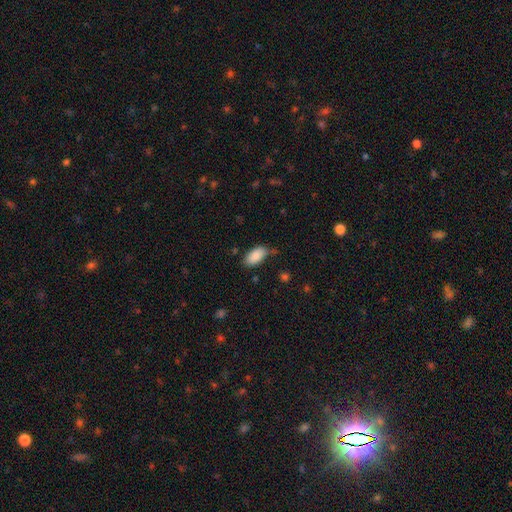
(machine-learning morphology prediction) Smooth or featured?
  - smooth: 87% *
  - star or artifact: 7%
  - featured or disk: 6%
How rounded?
  - in between: 94% *
  - round: 3%
  - cigar-shaped: 3%
Merging?
  - none: 65% *
  - minor disturbance: 25%
  - major disturbance: 6%
  - merger: 4%